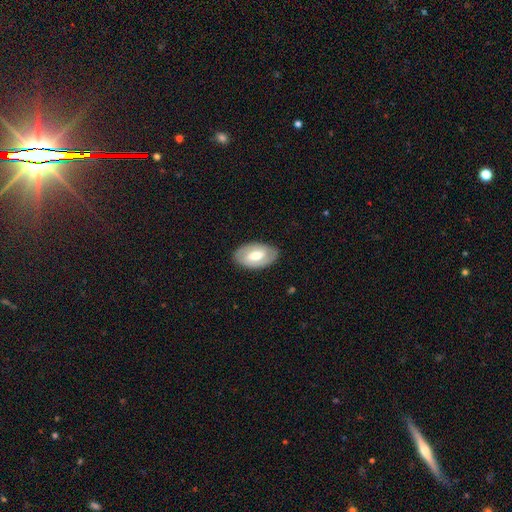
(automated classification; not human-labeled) Overall: featured or disk (49%; smooth 46%). Merging: none (85%).